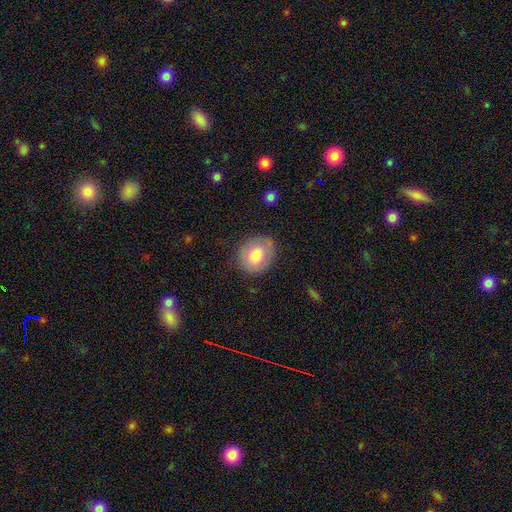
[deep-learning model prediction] This appears to be a smooth galaxy with no disk features (77%) that is round (74%). Merging: none (76%).